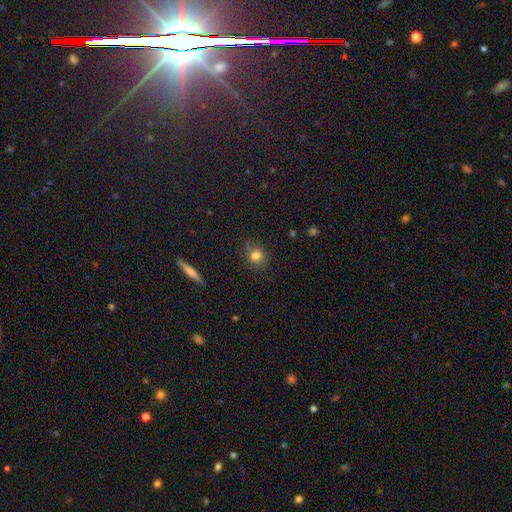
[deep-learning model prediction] Overall: smooth (80%). How rounded: round (82%). Merging: none (80%).